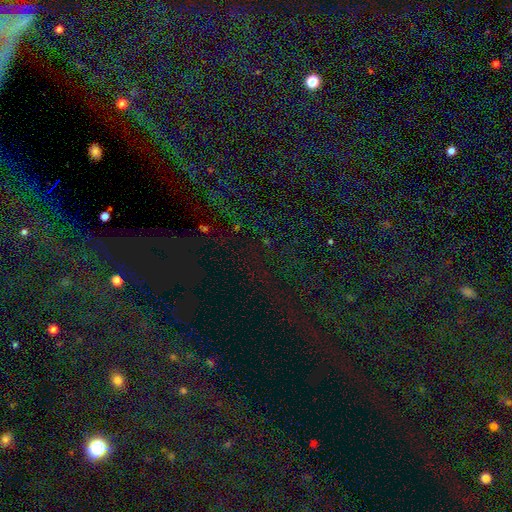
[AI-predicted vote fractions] Smooth or featured?
  - star or artifact: 69% *
  - smooth: 22%
  - featured or disk: 9%